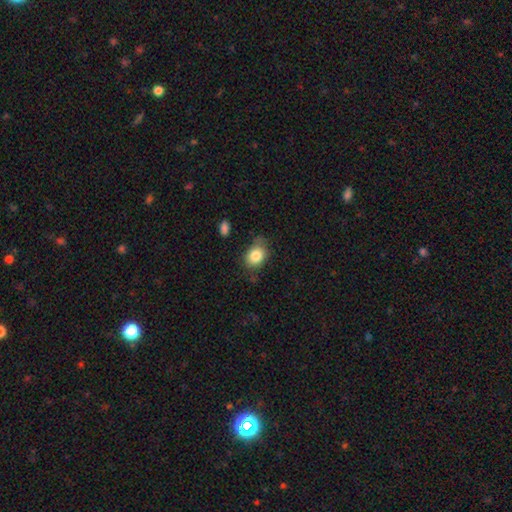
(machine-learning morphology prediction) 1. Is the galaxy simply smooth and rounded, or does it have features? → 84% smooth, 8% star or artifact, 8% featured or disk.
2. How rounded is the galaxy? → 64% in between, 35% round, 1% cigar-shaped.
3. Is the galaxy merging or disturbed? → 65% none, 25% minor disturbance, 7% major disturbance, 3% merger.